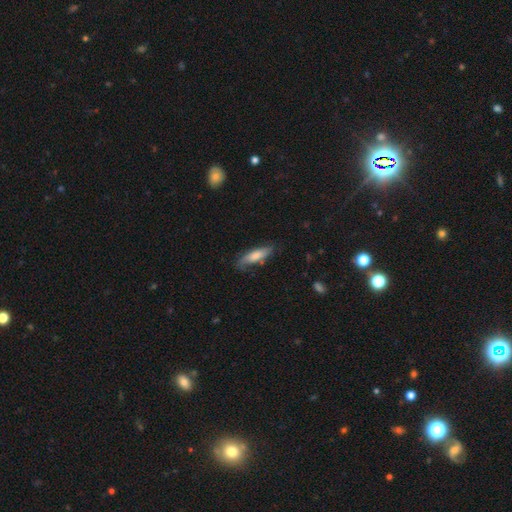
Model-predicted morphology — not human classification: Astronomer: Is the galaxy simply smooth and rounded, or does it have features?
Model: smooth — 68%.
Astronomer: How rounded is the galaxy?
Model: cigar-shaped — 55% (runner-up: in between, 43%).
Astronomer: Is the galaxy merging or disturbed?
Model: none — 68%.